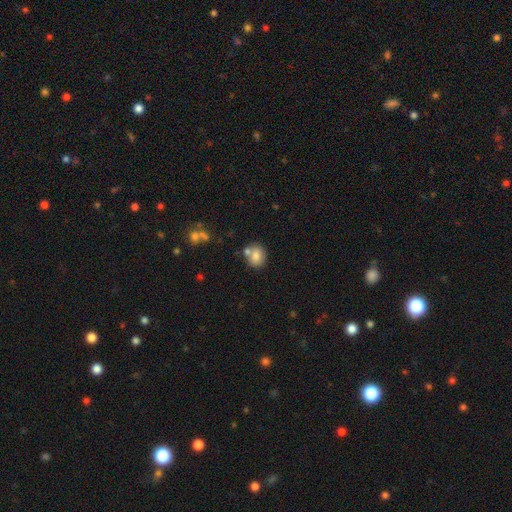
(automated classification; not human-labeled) Smooth or featured? smooth (78%)
How rounded? round (66%)
Merging? none (60%)